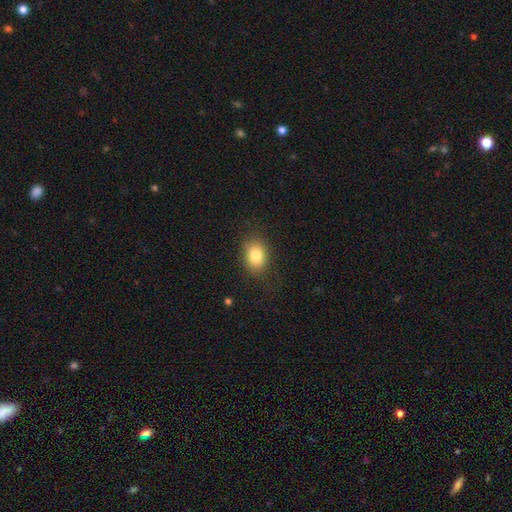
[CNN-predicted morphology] Q: Smooth or featured?
A: smooth (82%); runner-up: star or artifact (10%)
Q: How rounded?
A: in between (63%); runner-up: round (35%)
Q: Merging?
A: none (81%); runner-up: minor disturbance (13%)